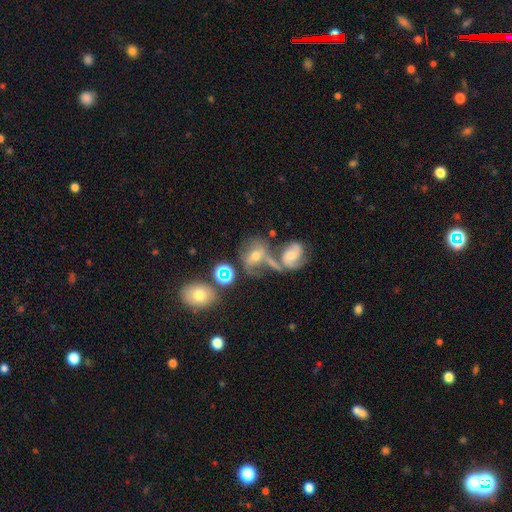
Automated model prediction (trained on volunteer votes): Smooth or featured? Predicted: featured or disk (p=0.45). Merging? Predicted: merger (p=0.51).